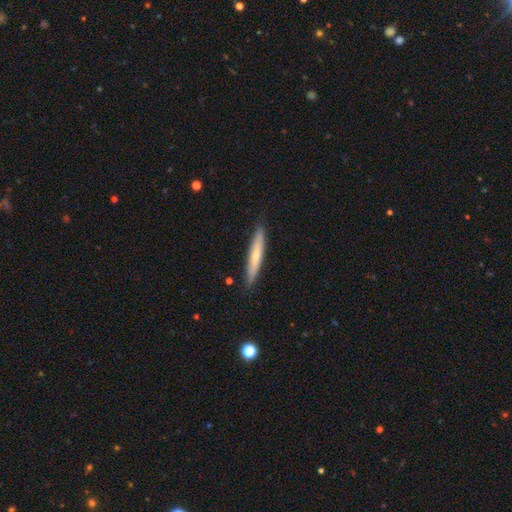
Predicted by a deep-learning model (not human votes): smooth-or-featured: smooth: 59% | featured or disk: 36% | star or artifact: 6%
  how-rounded: cigar-shaped: 93% | in between: 6% | round: 1%
  merging: none: 88% | minor disturbance: 9% | major disturbance: 2% | merger: 1%